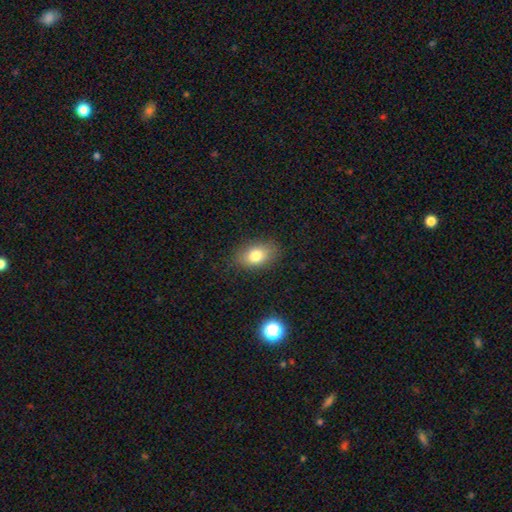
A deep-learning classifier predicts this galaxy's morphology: Q: Smooth or featured?
A: smooth (79%); runner-up: featured or disk (11%)
Q: How rounded?
A: in between (85%); runner-up: round (13%)
Q: Merging?
A: none (84%); runner-up: minor disturbance (12%)